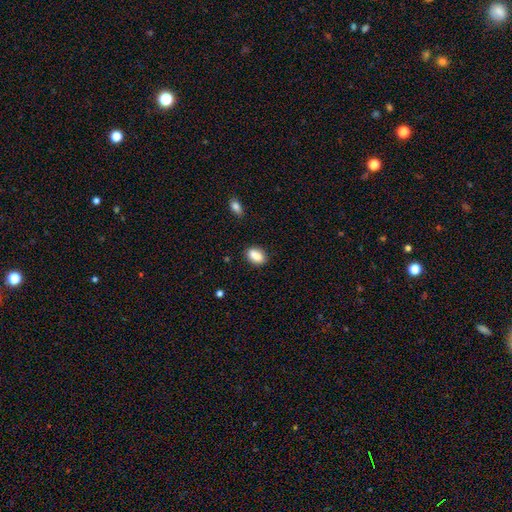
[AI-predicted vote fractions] This is clearly a smooth galaxy (86%). How rounded: clearly in between (85%). Merging: clearly none (83%).